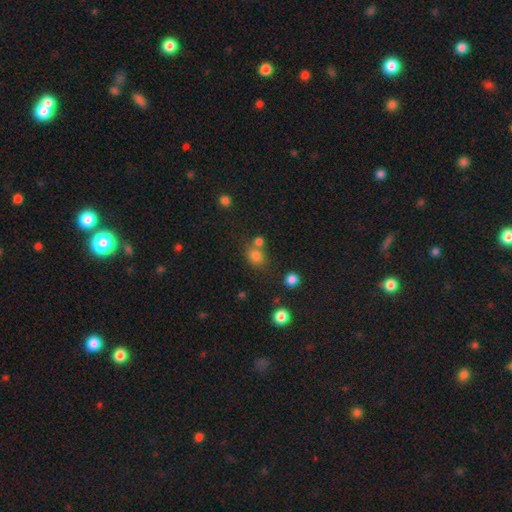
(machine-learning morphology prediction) smooth-or-featured: smooth: 78% | star or artifact: 15% | featured or disk: 7%
  how-rounded: round: 73% | in between: 26% | cigar-shaped: 1%
  merging: none: 58% | merger: 27% | minor disturbance: 11% | major disturbance: 4%